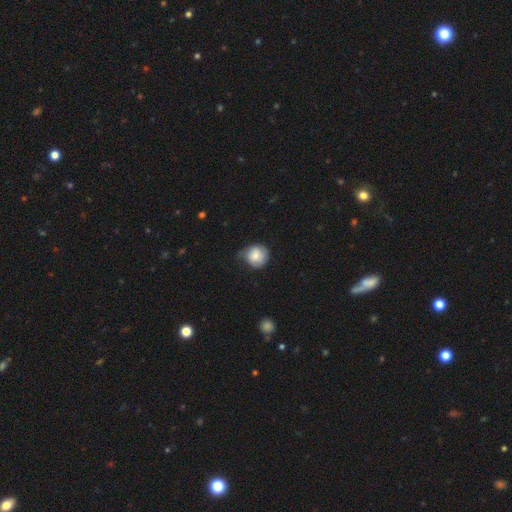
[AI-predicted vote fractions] A smooth galaxy with no disk features (66%) that is round (86%).

Vote fractions:
- Smooth or featured? smooth: 66% / featured or disk: 27% / star or artifact: 7%
- How rounded? round: 86% / in between: 13% / cigar-shaped: 1%
- Merging? none: 52% / minor disturbance: 34% / major disturbance: 12% / merger: 2%